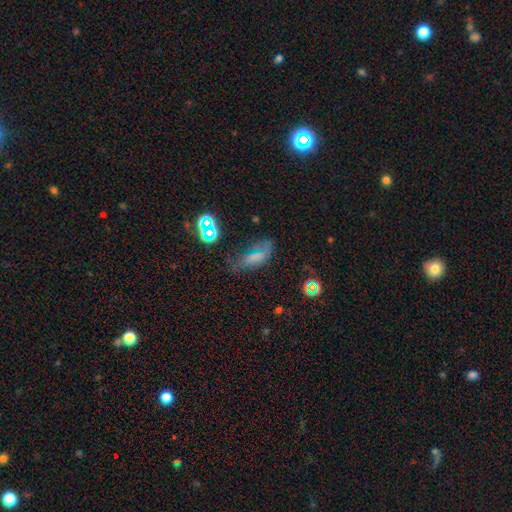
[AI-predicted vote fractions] The model was most divided on "merging": none: 42%, minor disturbance: 29%, major disturbance: 24%, merger: 6%. More confident: how rounded — in between (71%); smooth or featured — smooth (50%).